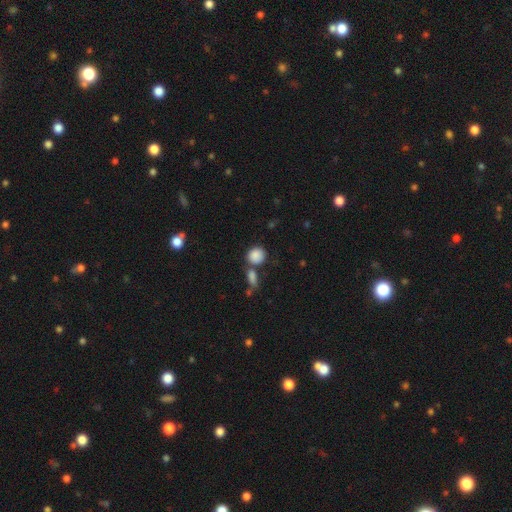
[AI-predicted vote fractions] smooth 86%, star or artifact 8%, featured or disk 6%. Down the decision tree: how rounded — round (76%); merging — none (58%).